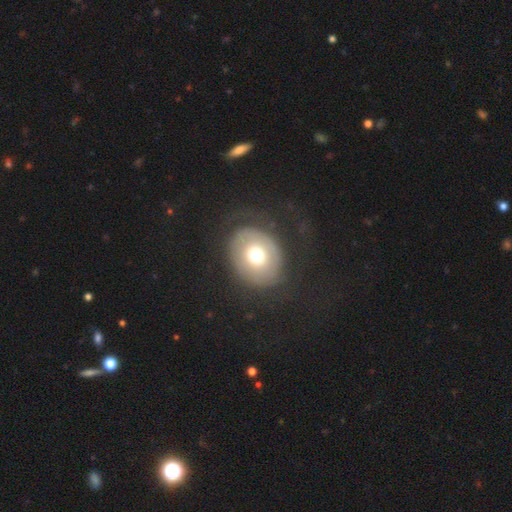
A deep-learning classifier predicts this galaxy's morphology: smooth-or-featured: smooth: 57% | featured or disk: 33% | star or artifact: 10%
  how-rounded: round: 59% | in between: 40% | cigar-shaped: 1%
  merging: none: 63% | major disturbance: 18% | minor disturbance: 17% | merger: 2%